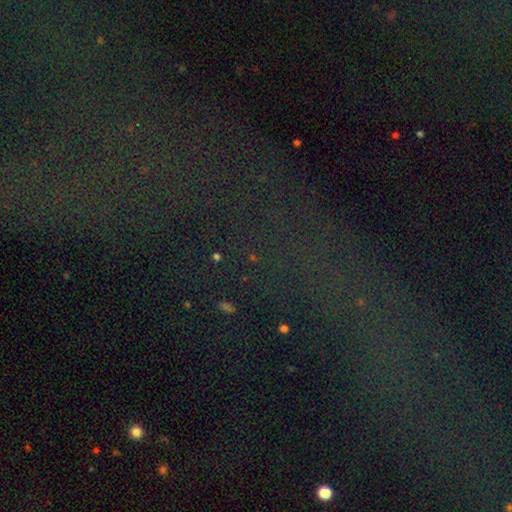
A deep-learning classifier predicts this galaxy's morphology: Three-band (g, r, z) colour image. It shows a star or artifact, not a galaxy (71%).